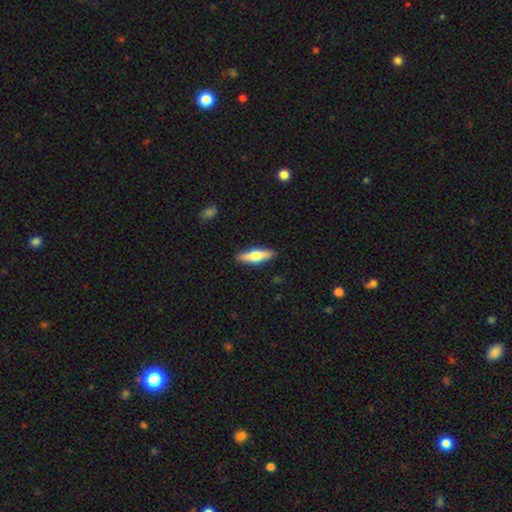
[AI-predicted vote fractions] A smooth galaxy with no disk features (54%) that is cigar-shaped (55%). Merging: none (90%).